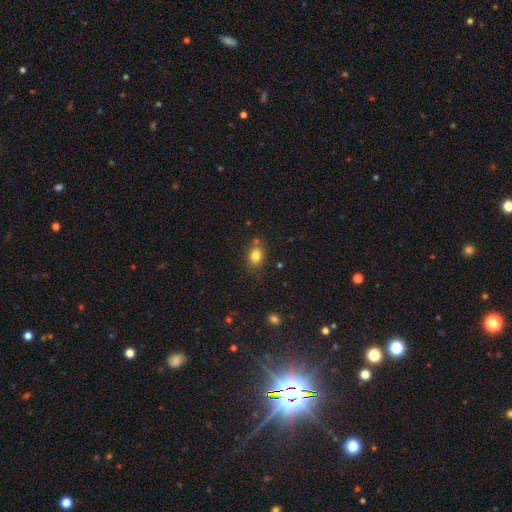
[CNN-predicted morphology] type=smooth (82%); roundness=in between (54%); merging=none (75%).